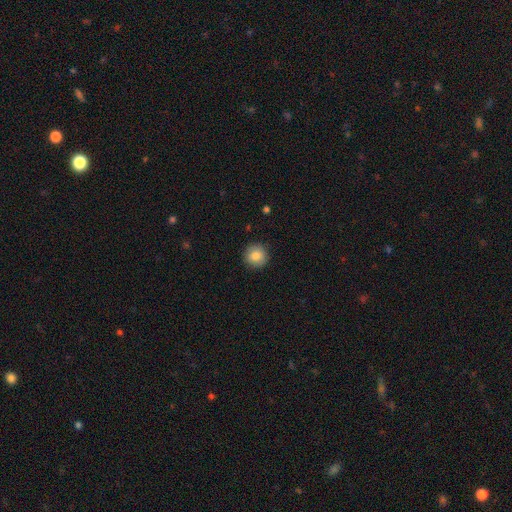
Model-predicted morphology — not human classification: Q: Smooth or featured?
A: smooth (84%); runner-up: star or artifact (9%)
Q: How rounded?
A: round (93%); runner-up: in between (6%)
Q: Merging?
A: none (90%); runner-up: minor disturbance (7%)